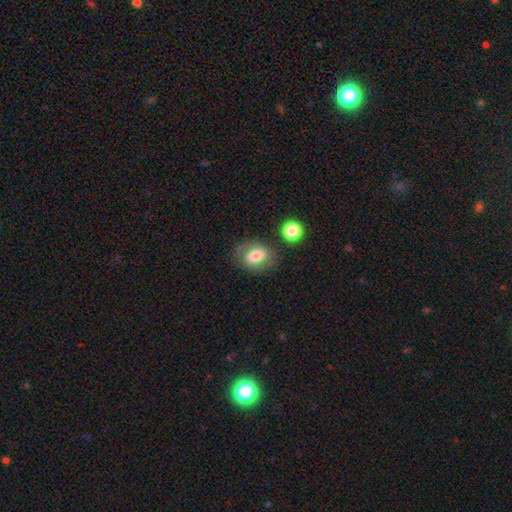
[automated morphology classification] This is possibly a smooth galaxy (57%). How rounded: likely in between (65%). Merging: likely none (72%).